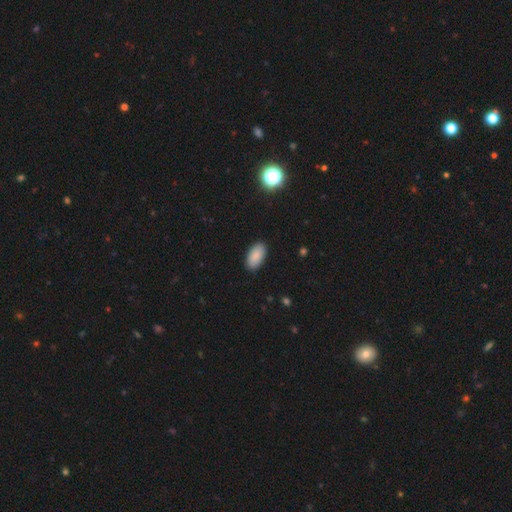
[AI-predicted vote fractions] Smooth or featured?
  - smooth: 89% *
  - star or artifact: 7%
  - featured or disk: 4%
How rounded?
  - in between: 95% *
  - cigar-shaped: 3%
  - round: 3%
Merging?
  - none: 89% *
  - minor disturbance: 8%
  - major disturbance: 2%
  - merger: 1%